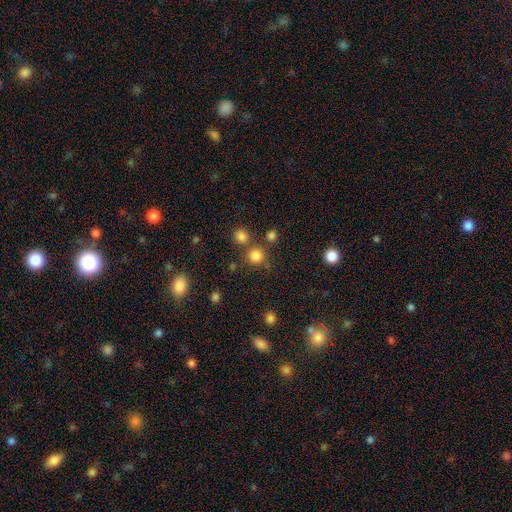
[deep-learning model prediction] Morphology: type=smooth (80%); roundness=round (92%); merging=none (73%).